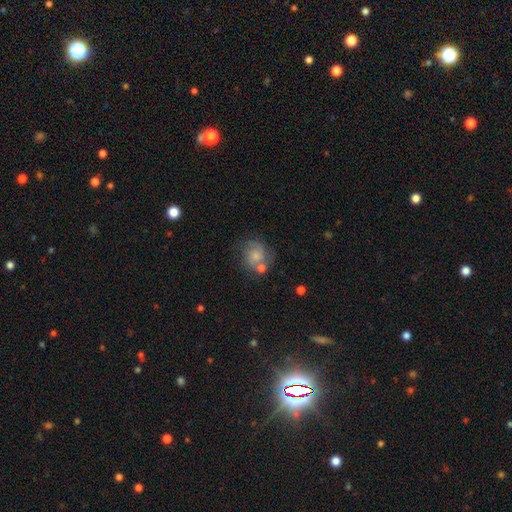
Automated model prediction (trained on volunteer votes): Morphology: type=smooth (55%); roundness=round (76%); merging=none (51%).